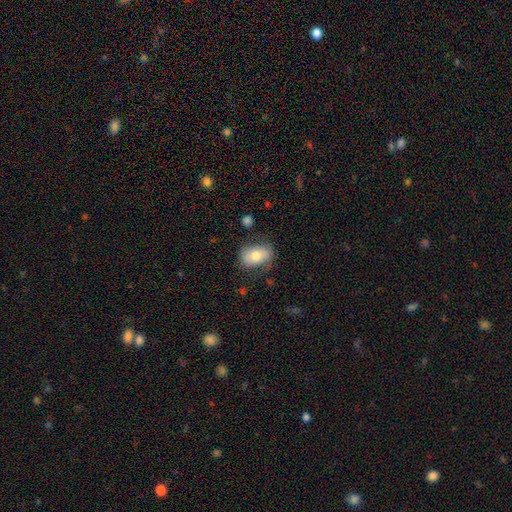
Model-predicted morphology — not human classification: type=smooth (70%); roundness=in between (83%); merging=none (68%).